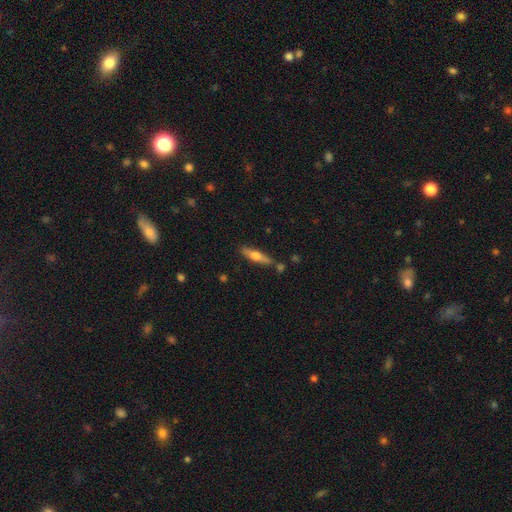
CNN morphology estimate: smooth_or_featured: smooth (p=0.50) [alt: featured or disk p=0.44]
merging: none (p=0.78) [alt: minor disturbance p=0.13]